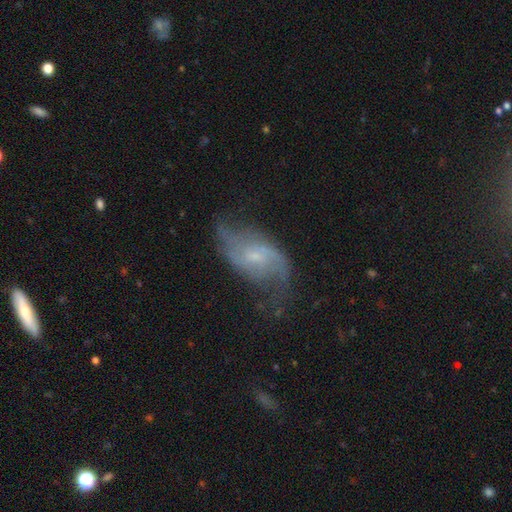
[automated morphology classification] Smooth or featured? featured or disk (78%)
Edge-on disk? no (96%)
Bar? weak (46%)
Spiral arms? yes (91%)
Spiral winding? loose (67%)
Spiral arm count? 2 (83%)
Bulge size? small (62%)
Merging? none (56%)